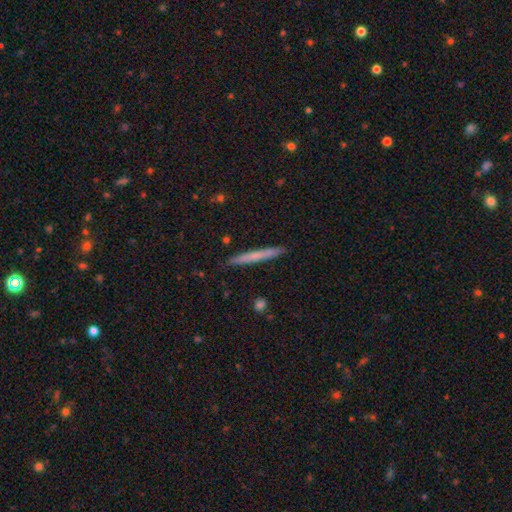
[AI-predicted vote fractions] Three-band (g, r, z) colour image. It shows a smooth galaxy with no disk features (61%) that is cigar-shaped (97%). Merging: none (91%).